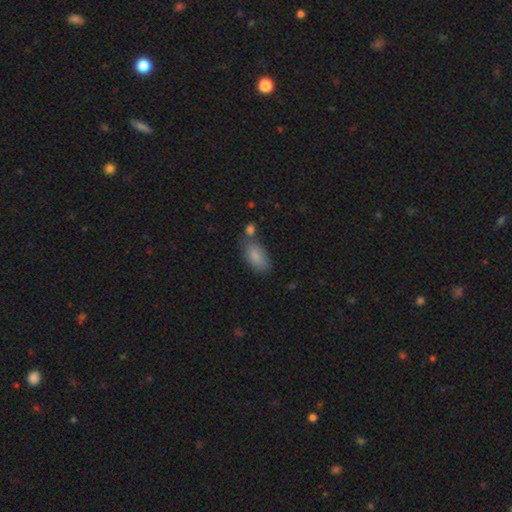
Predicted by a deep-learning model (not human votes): Smooth or featured? Predicted: smooth (p=0.85). How rounded? Predicted: in between (p=0.92). Merging? Predicted: none (p=0.60).